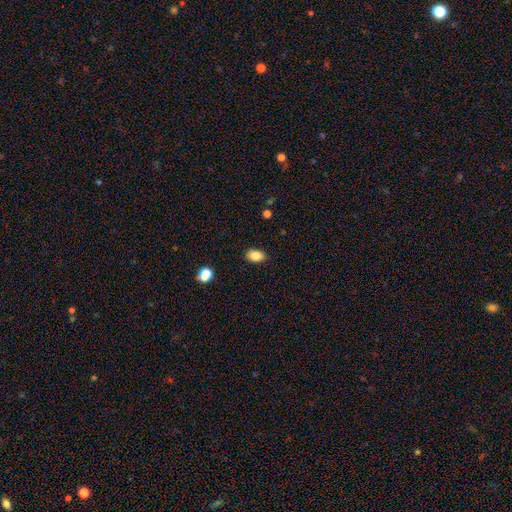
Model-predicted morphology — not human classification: A smooth galaxy with no disk features (85%) that is in between round and cigar-shaped (86%). Merging: none (88%).